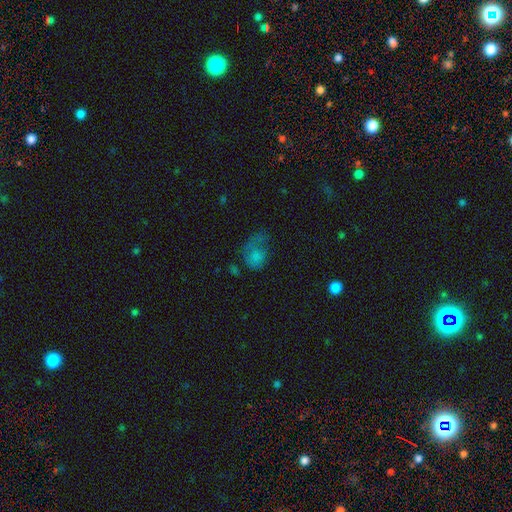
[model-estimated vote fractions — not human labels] Smooth or featured? Predicted: smooth (p=0.66). How rounded? Predicted: in between (p=0.51). Merging? Predicted: major disturbance (p=0.44).